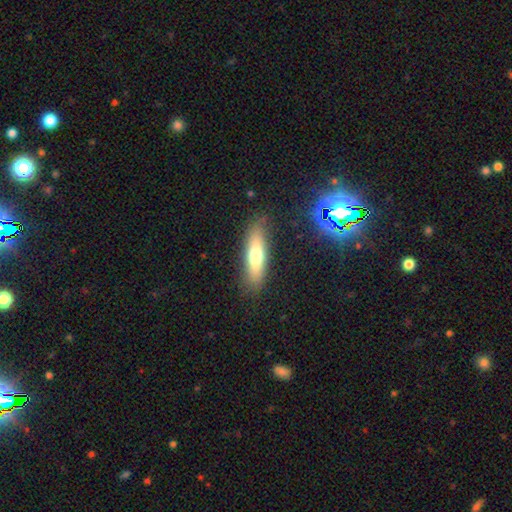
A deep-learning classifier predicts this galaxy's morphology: This is likely a smooth galaxy (65%). How rounded: likely cigar-shaped (61%). Merging: clearly none (84%).